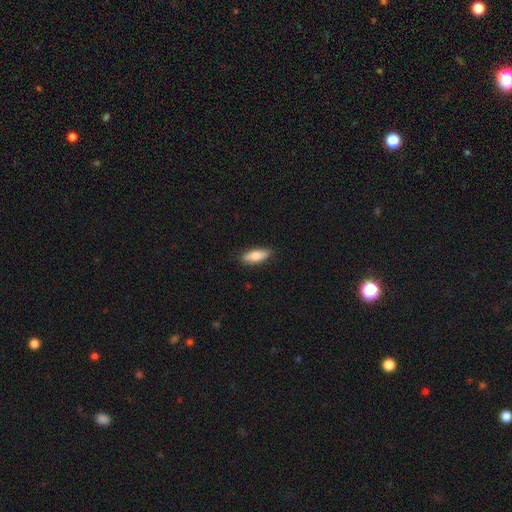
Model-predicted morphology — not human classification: Smooth or featured?
  - smooth: 78% *
  - featured or disk: 16%
  - star or artifact: 6%
How rounded?
  - in between: 68% *
  - cigar-shaped: 30%
  - round: 2%
Merging?
  - none: 86% *
  - minor disturbance: 11%
  - major disturbance: 2%
  - merger: 1%